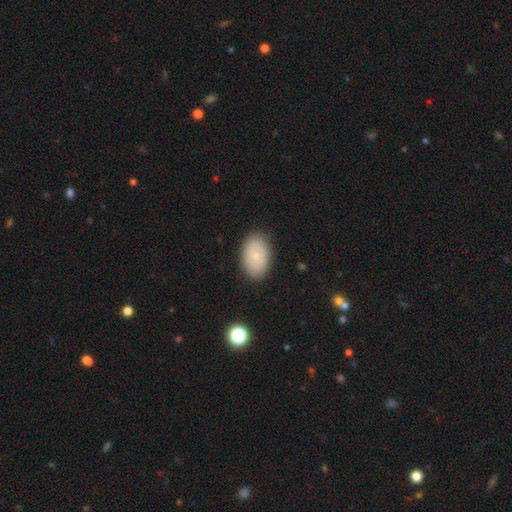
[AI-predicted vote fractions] The model was most divided on "smooth or featured": smooth: 79%, featured or disk: 14%, star or artifact: 7%. More confident: how rounded — in between (90%); merging — none (87%).